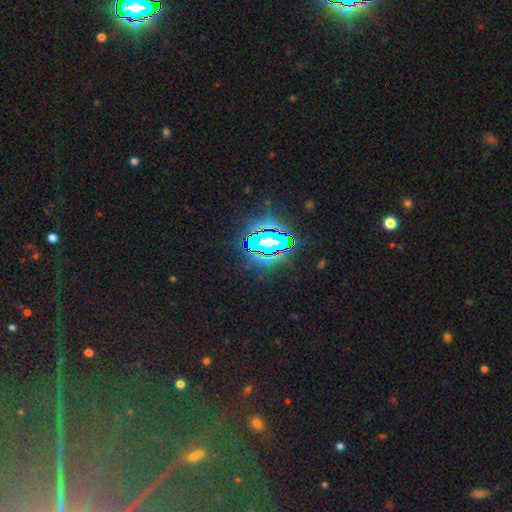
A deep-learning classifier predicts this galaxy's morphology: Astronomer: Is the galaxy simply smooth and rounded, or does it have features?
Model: star or artifact — 82%.